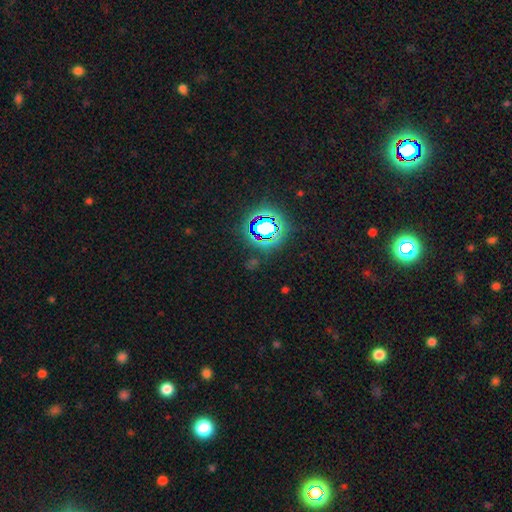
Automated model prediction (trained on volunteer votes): Smooth or featured?
  - star or artifact: 78% *
  - smooth: 14%
  - featured or disk: 8%